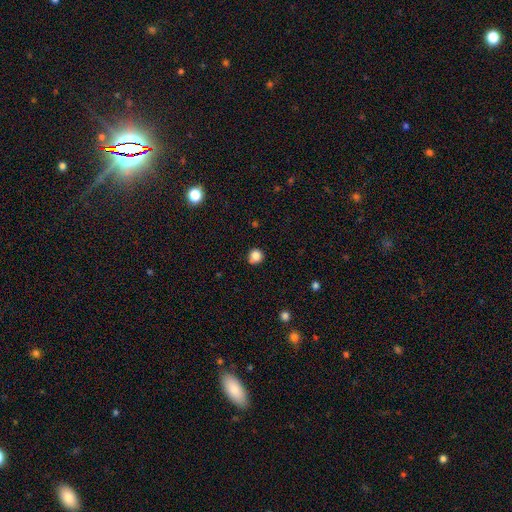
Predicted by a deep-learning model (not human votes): smooth_or_featured: smooth (p=0.85) [alt: star or artifact p=0.11]
how_rounded: round (p=0.87) [alt: in between p=0.12]
merging: none (p=0.80) [alt: minor disturbance p=0.15]